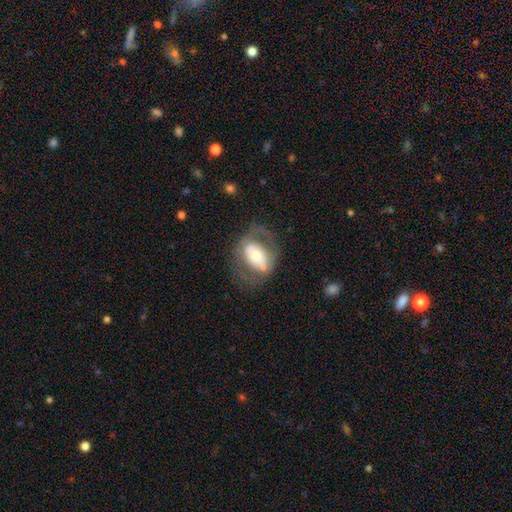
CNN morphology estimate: smooth-or-featured: featured or disk: 55% | smooth: 38% | star or artifact: 7%
  disk-edge-on: no: 93% | yes: 7%
    bar: no: 58% | weak: 23% | strong: 20%
    has-spiral-arms: no: 69% | yes: 31%
    bulge-size: moderate: 60% | small: 22% | large: 14% | dominant: 2% | none: 1%
  merging: none: 53% | major disturbance: 21% | minor disturbance: 20% | merger: 5%